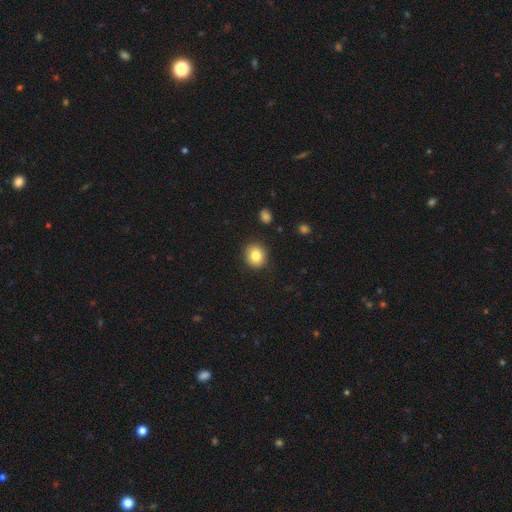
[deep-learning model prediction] smooth 83%, star or artifact 10%, featured or disk 8%. Down the decision tree: how rounded — round (82%); merging — none (89%).